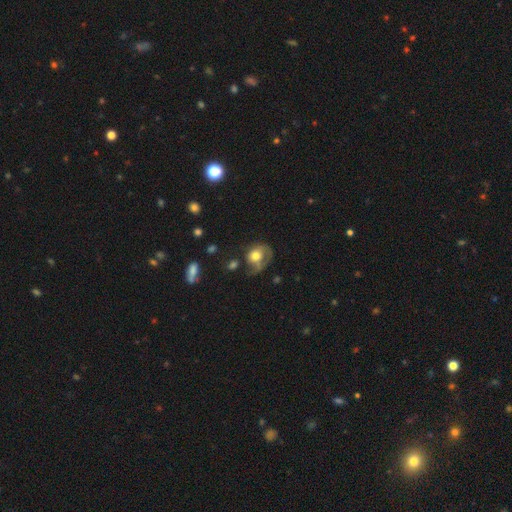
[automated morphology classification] Q: Smooth or featured?
A: smooth (54%); runner-up: featured or disk (38%)
Q: How rounded?
A: round (53%); runner-up: in between (46%)
Q: Merging?
A: major disturbance (40%); runner-up: none (29%)